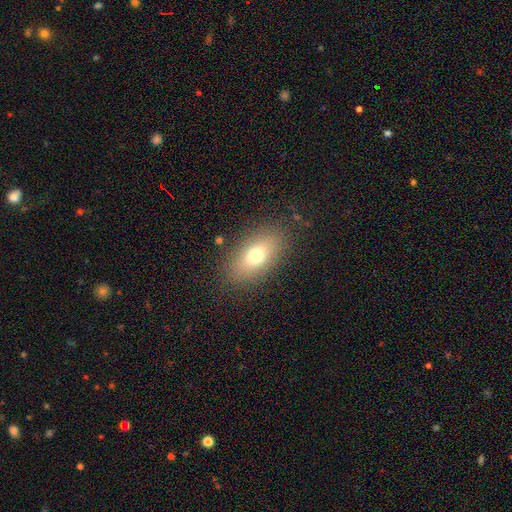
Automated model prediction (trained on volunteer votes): Smooth or featured? smooth (72%)
How rounded? in between (86%)
Merging? none (85%)